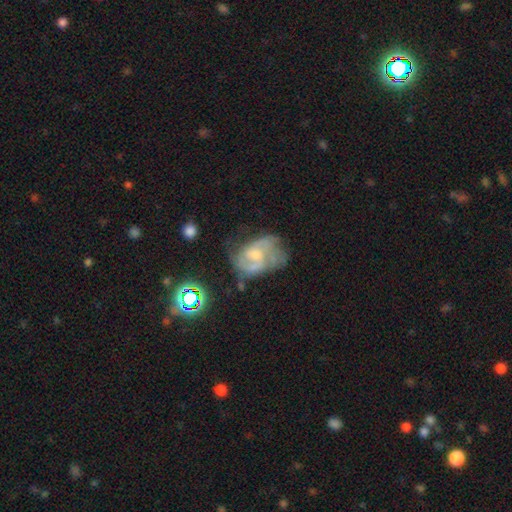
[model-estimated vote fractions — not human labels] smooth_or_featured: featured or disk (p=0.70) [alt: smooth p=0.21]
disk_edge_on: no (p=0.97) [alt: yes p=0.03]
bar: no (p=0.59) [alt: weak p=0.35]
has_spiral_arms: yes (p=0.75) [alt: no p=0.25]
spiral_winding: medium (p=0.45) [alt: tight p=0.29]
spiral_arm_count: 2 (p=0.46) [alt: can't tell p=0.32]
bulge_size: moderate (p=0.40) [alt: small p=0.38]
merging: none (p=0.37) [alt: major disturbance p=0.29]